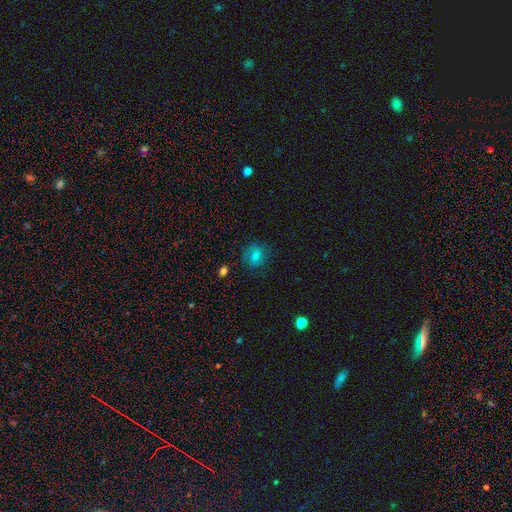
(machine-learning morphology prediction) Overall: smooth (68%). How rounded: round (68%; in between 31%). Merging: none (79%).